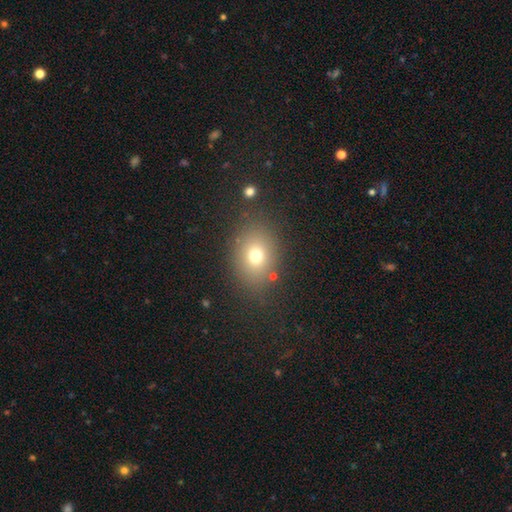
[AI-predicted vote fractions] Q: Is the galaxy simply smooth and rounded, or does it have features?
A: smooth — 72%.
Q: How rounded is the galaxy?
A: in between — 56%.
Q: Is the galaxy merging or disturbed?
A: none — 81%.